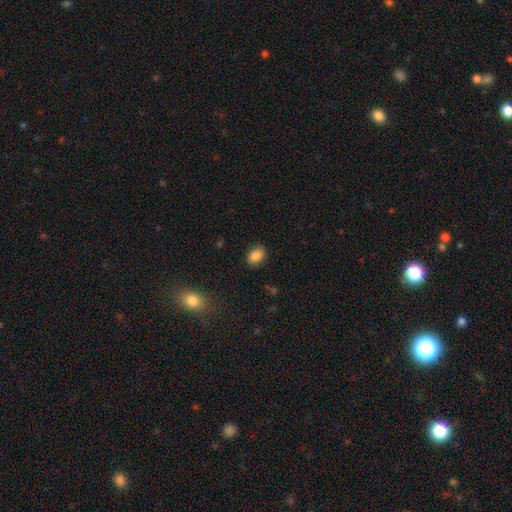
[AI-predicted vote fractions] Q: Smooth or featured?
A: smooth (85%); runner-up: star or artifact (9%)
Q: How rounded?
A: in between (81%); runner-up: round (18%)
Q: Merging?
A: none (83%); runner-up: minor disturbance (13%)